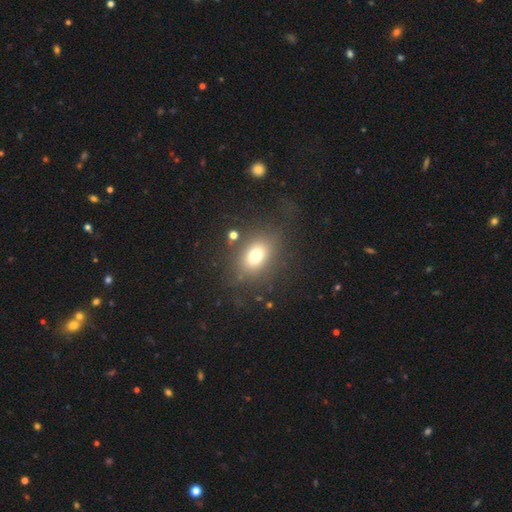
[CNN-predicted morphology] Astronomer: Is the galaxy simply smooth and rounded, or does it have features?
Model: smooth — 72%.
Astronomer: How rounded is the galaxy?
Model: in between — 61% (runner-up: round, 38%).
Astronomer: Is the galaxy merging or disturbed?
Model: none — 74%.